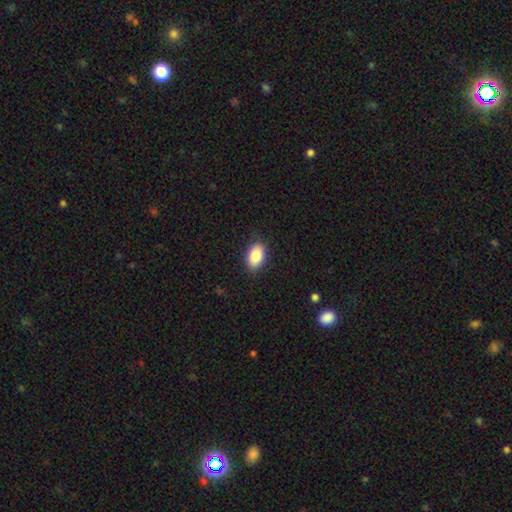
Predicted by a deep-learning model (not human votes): Smooth or featured? smooth (86%)
How rounded? in between (91%)
Merging? none (88%)